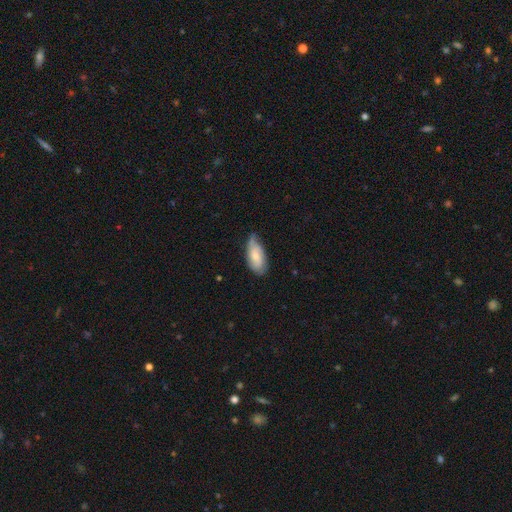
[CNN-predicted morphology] This is likely a smooth galaxy (64%). How rounded: clearly in between (88%). Merging: possibly none (50%).